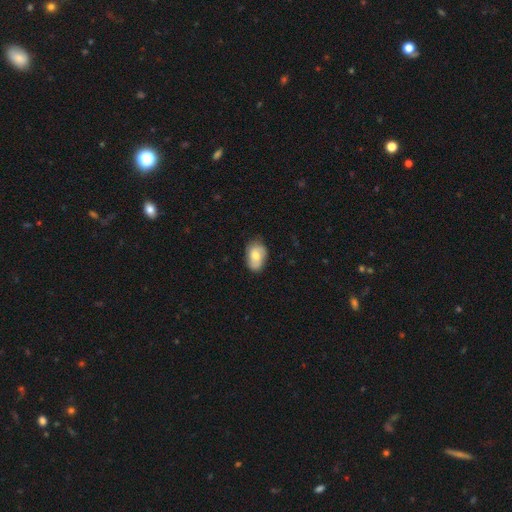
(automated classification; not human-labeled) Smooth or featured?
  - smooth: 70% *
  - featured or disk: 24%
  - star or artifact: 7%
How rounded?
  - in between: 85% *
  - round: 14%
  - cigar-shaped: 1%
Merging?
  - none: 71% *
  - minor disturbance: 23%
  - major disturbance: 4%
  - merger: 1%